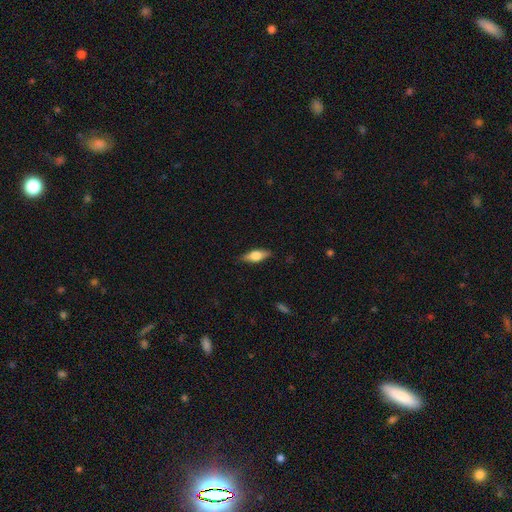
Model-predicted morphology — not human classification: The model was most divided on "smooth or featured": smooth: 56%, featured or disk: 38%, star or artifact: 6%. More confident: merging — none (85%); how rounded — in between (63%).